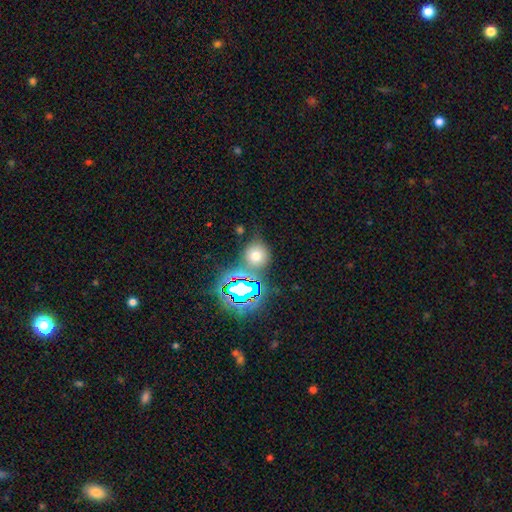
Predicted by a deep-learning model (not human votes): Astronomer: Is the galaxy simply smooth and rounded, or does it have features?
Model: smooth — 61%.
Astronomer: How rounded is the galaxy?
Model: round — 83%.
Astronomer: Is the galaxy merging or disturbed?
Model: none — 69%.